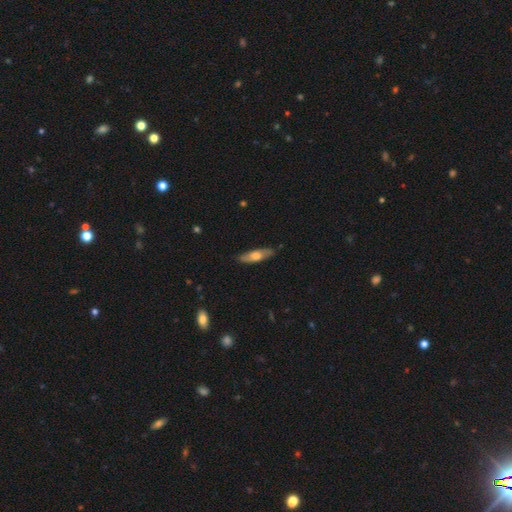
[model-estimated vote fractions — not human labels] The model was most divided on "how rounded": cigar-shaped: 55%, in between: 43%, round: 2%. More confident: merging — none (84%); smooth or featured — smooth (55%).